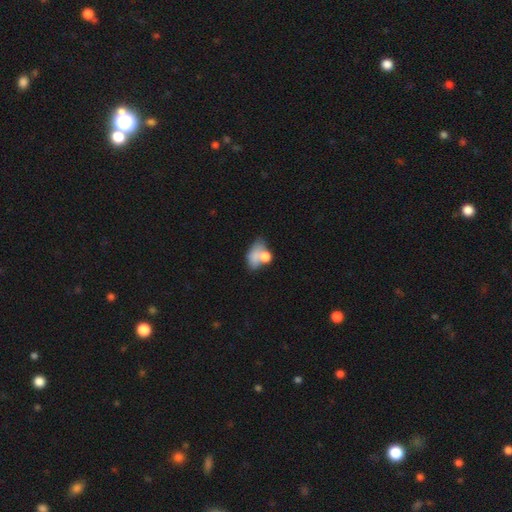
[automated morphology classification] Overall: smooth (69%). How rounded: in between (75%). Merging: merger (38%; none 26%).